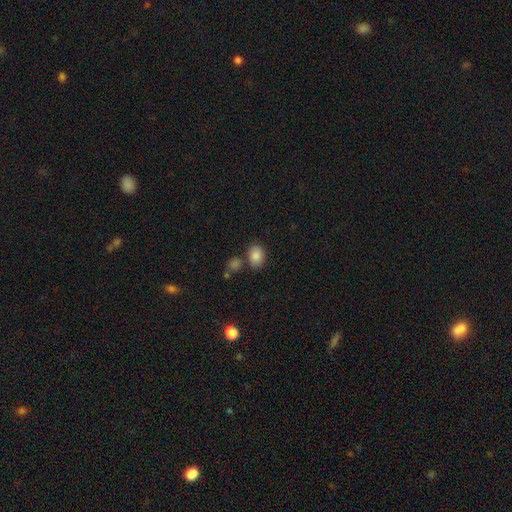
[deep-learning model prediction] Smooth or featured: smooth — 85% (star or artifact — 9%)
How rounded: in between — 74% (round — 25%)
Merging: none — 68% (merger — 15%)